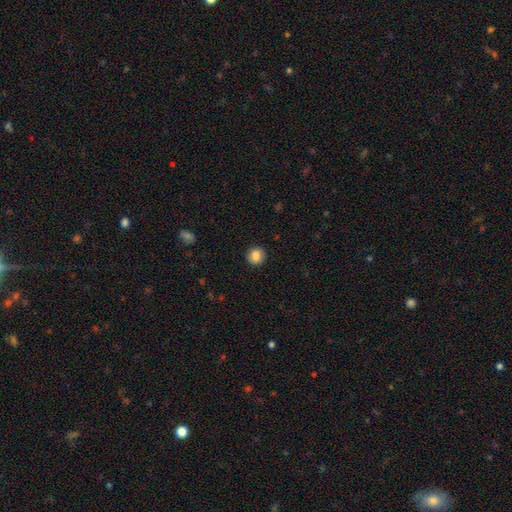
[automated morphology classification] Smooth or featured?
  - smooth: 84% *
  - star or artifact: 9%
  - featured or disk: 7%
How rounded?
  - round: 89% *
  - in between: 10%
  - cigar-shaped: 1%
Merging?
  - none: 91% *
  - minor disturbance: 6%
  - major disturbance: 2%
  - merger: 1%